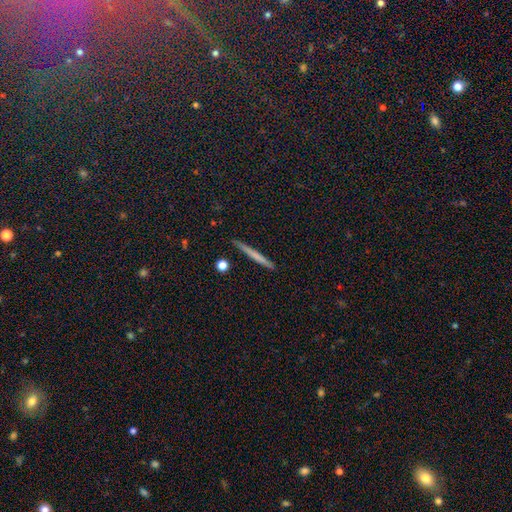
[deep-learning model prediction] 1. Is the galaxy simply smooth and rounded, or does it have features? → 60% smooth, 32% featured or disk, 7% star or artifact.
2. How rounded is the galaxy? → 96% cigar-shaped, 2% in between, 2% round.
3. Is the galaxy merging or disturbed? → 90% none, 7% minor disturbance, 2% merger, 1% major disturbance.